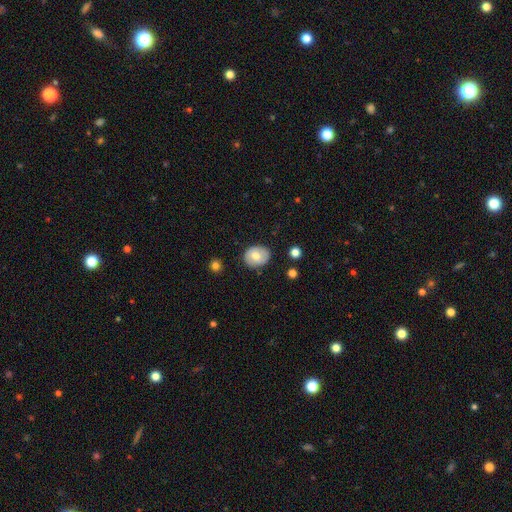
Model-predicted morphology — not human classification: smooth 64%, featured or disk 29%, star or artifact 7%. Down the decision tree: how rounded — round (54%); merging — none (83%).